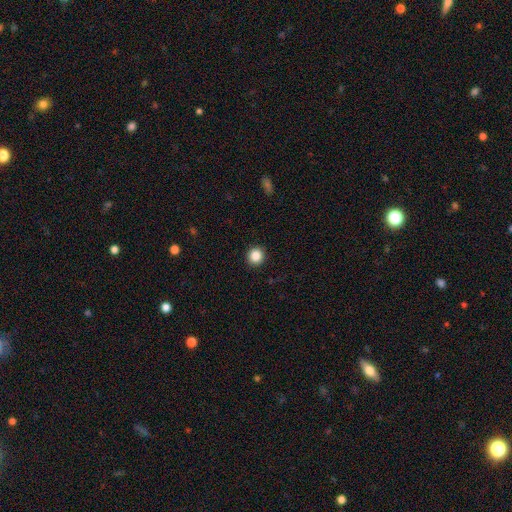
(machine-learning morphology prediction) smooth_or_featured: smooth (p=0.87) [alt: star or artifact p=0.10]
how_rounded: round (p=0.93) [alt: in between p=0.06]
merging: none (p=0.92) [alt: minor disturbance p=0.05]